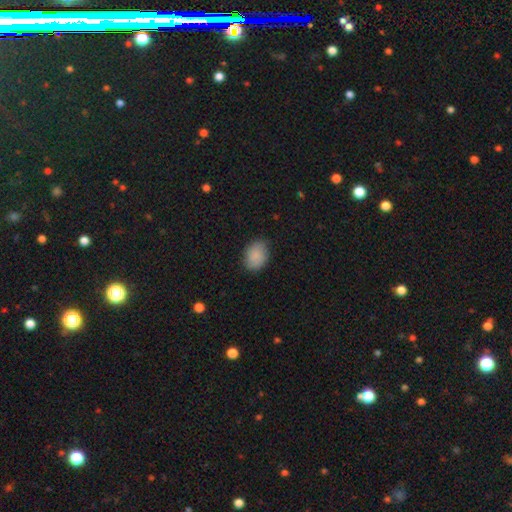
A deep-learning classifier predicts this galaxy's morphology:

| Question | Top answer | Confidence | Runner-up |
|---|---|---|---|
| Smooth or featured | smooth | 88% | star or artifact (7%) |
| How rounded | in between | 71% | round (28%) |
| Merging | none | 81% | minor disturbance (15%) |